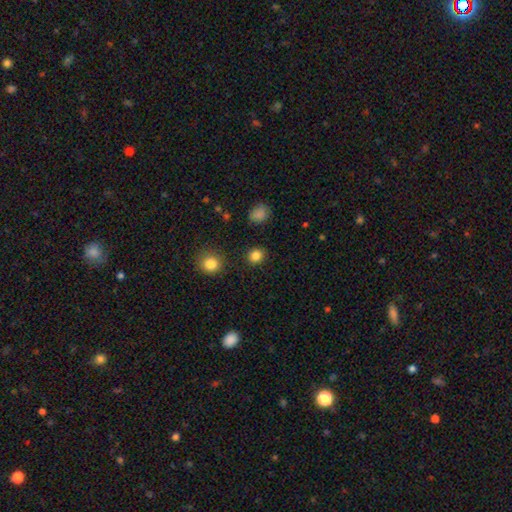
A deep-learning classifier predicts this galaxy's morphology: A smooth galaxy with no disk features (84%) that is round (81%). Merging: none (90%).